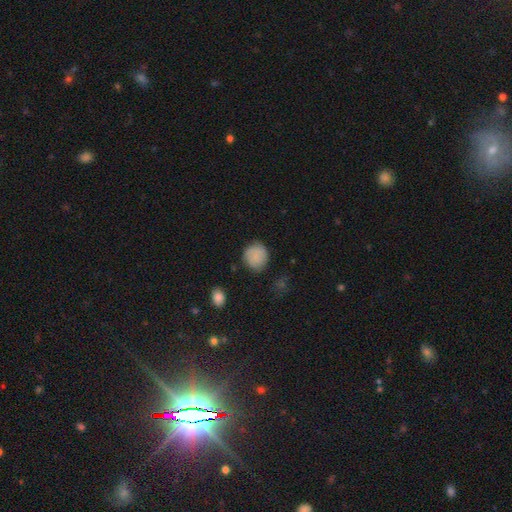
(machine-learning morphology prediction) Smooth or featured? Predicted: smooth (p=0.78). How rounded? Predicted: round (p=0.83). Merging? Predicted: none (p=0.78).